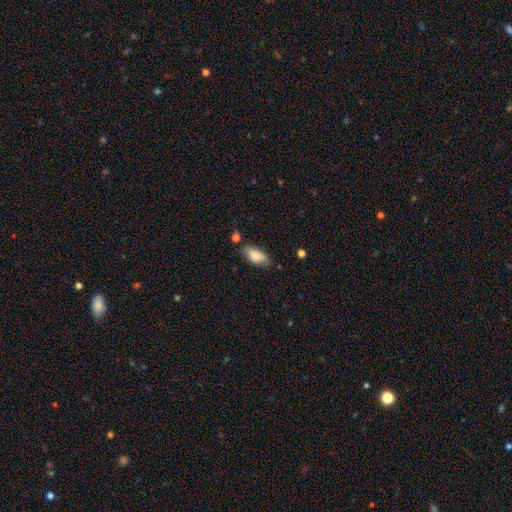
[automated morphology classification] A smooth galaxy with no disk features (83%) that is in between round and cigar-shaped (88%).

Vote fractions:
- Smooth or featured? smooth: 83% / featured or disk: 10% / star or artifact: 7%
- How rounded? in between: 88% / cigar-shaped: 10% / round: 2%
- Merging? none: 71% / minor disturbance: 21% / major disturbance: 4% / merger: 4%